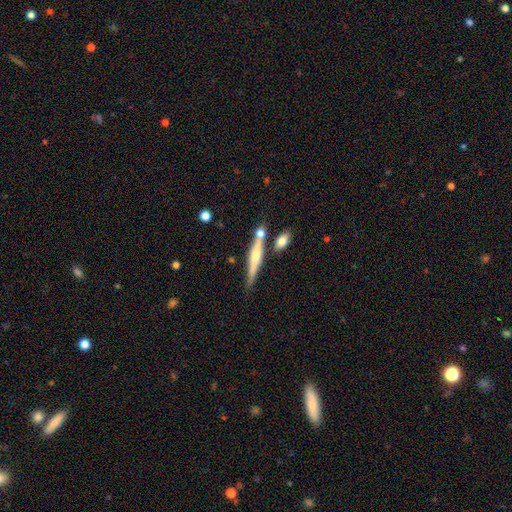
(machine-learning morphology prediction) Q: Smooth or featured?
A: featured or disk (58%); runner-up: smooth (35%)
Q: Edge-on disk?
A: yes (96%); runner-up: no (4%)
Q: Edge-on bulge?
A: rounded (70%); runner-up: boxy (17%)
Q: Merging?
A: none (71%); runner-up: merger (14%)